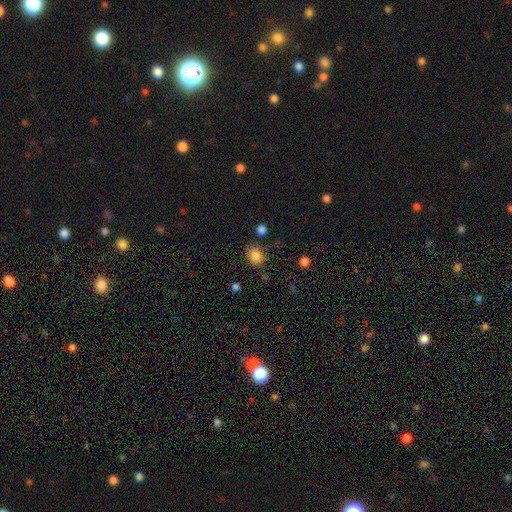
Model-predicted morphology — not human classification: smooth 84%, star or artifact 11%, featured or disk 5%. Down the decision tree: how rounded — round (56%); merging — none (74%).